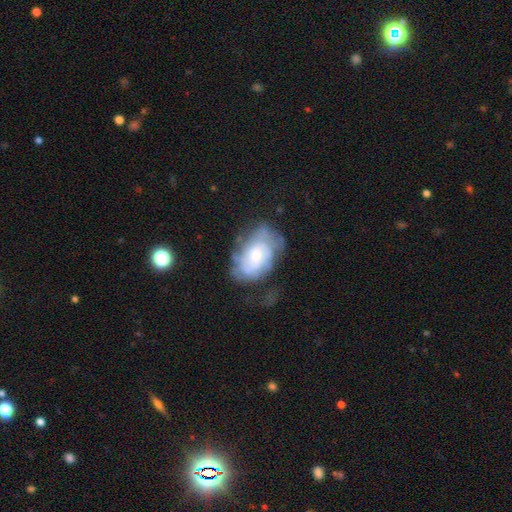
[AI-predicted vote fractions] A featured or disk galaxy (70%) with no bar (74%), tight (58%) spiral arms (84%) and a small central bulge (58%). Merging: none (57%).